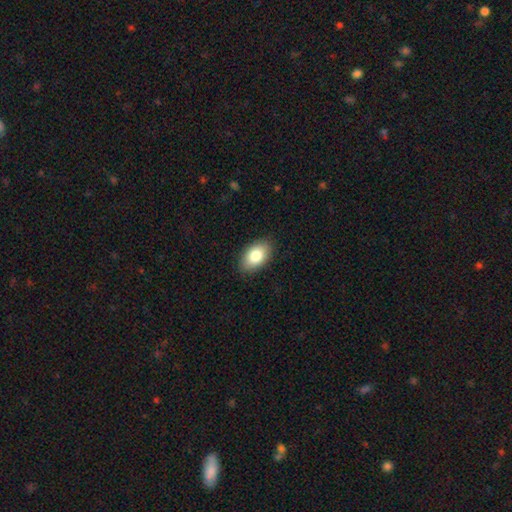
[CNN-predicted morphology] The model was most divided on "smooth or featured": smooth: 82%, featured or disk: 11%, star or artifact: 7%. More confident: how rounded — in between (93%); merging — none (88%).